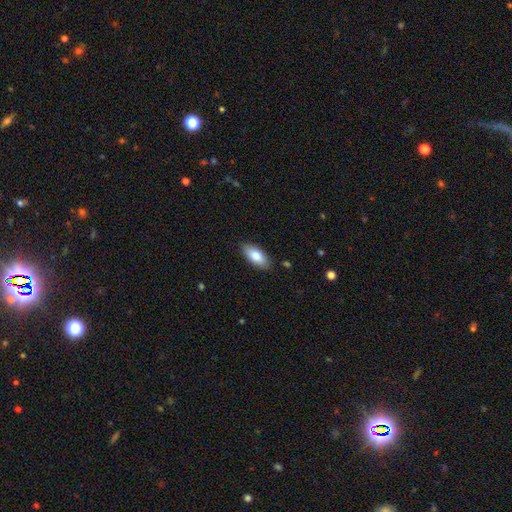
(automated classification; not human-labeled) This appears to be a smooth galaxy with no disk features (83%) that is in between round and cigar-shaped (86%). Merging: none (87%).